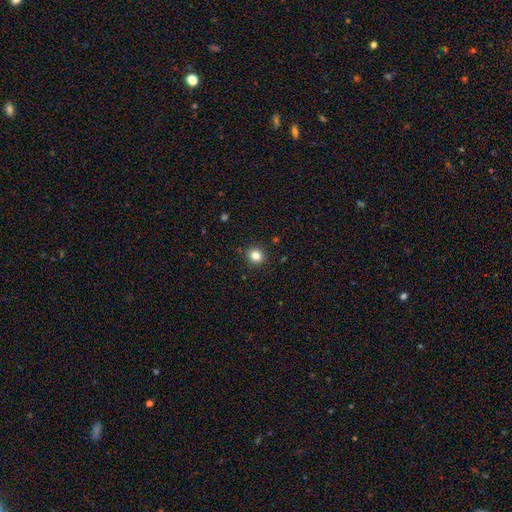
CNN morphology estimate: A smooth galaxy with no disk features (82%) that is round (89%).

Vote fractions:
- Smooth or featured? smooth: 82% / star or artifact: 12% / featured or disk: 5%
- How rounded? round: 89% / in between: 10% / cigar-shaped: 1%
- Merging? none: 90% / minor disturbance: 7% / major disturbance: 2% / merger: 1%